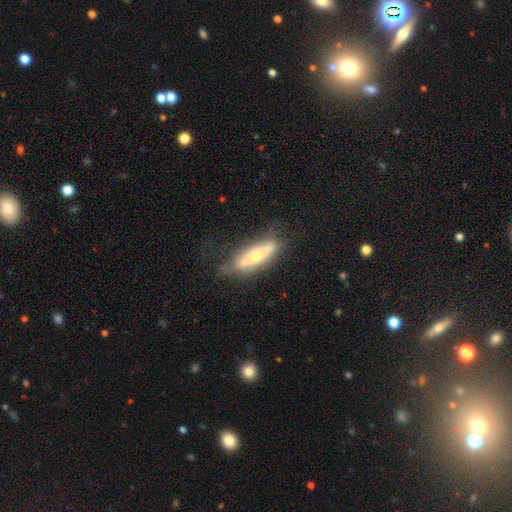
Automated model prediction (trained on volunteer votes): smooth-or-featured: featured or disk: 54% | smooth: 40% | star or artifact: 6%
  disk-edge-on: yes: 81% | no: 19%
  merging: none: 69% | minor disturbance: 20% | major disturbance: 8% | merger: 3%